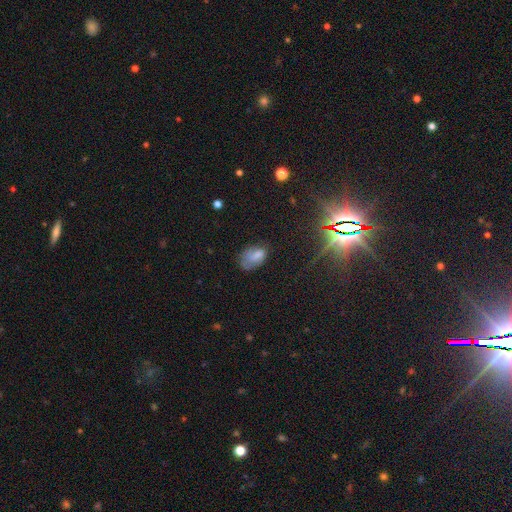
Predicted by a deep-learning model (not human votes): Q: Smooth or featured?
A: smooth (66%); runner-up: featured or disk (20%)
Q: How rounded?
A: in between (87%); runner-up: round (11%)
Q: Merging?
A: none (45%); runner-up: minor disturbance (33%)